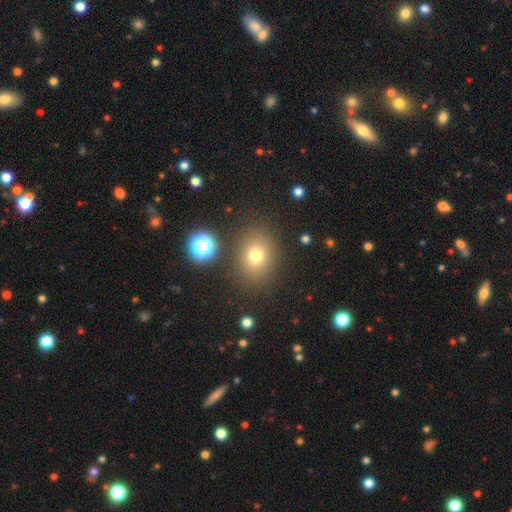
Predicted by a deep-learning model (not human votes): This appears to be a smooth galaxy with no disk features (75%) that is round (51%). Merging: none (84%).